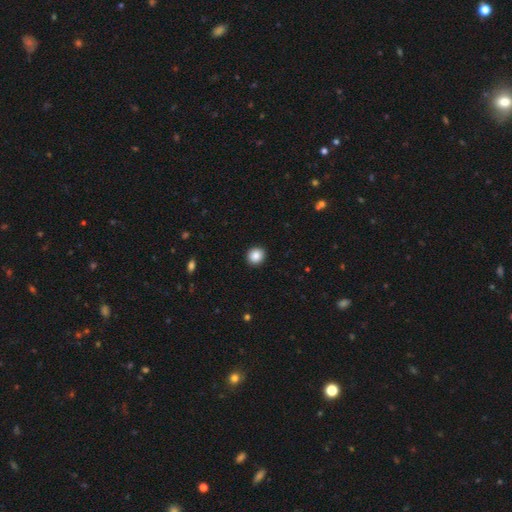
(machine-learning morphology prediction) smooth_or_featured: smooth (p=0.87) [alt: star or artifact p=0.09]
how_rounded: round (p=0.88) [alt: in between p=0.11]
merging: none (p=0.93) [alt: minor disturbance p=0.05]